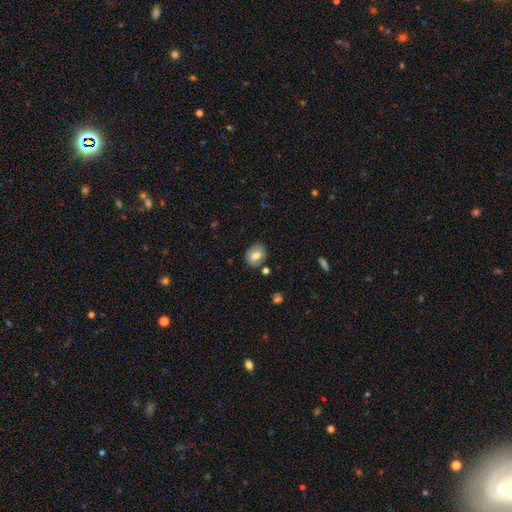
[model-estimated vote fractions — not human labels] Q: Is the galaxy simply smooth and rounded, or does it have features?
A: smooth — 73%.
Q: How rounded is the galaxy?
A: round — 54%.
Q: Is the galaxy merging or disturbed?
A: none — 77%.